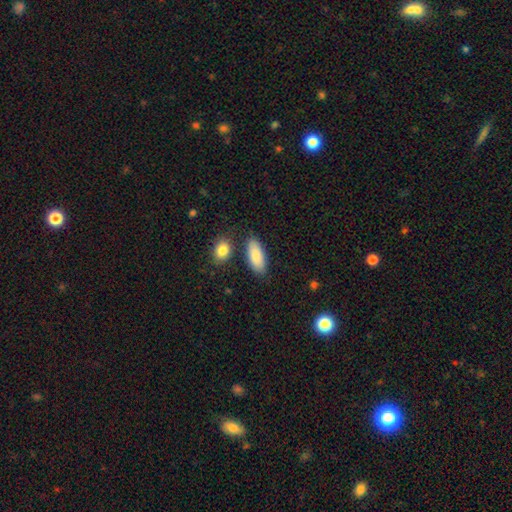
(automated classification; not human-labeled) Overall: smooth (87%). How rounded: in between (86%). Merging: none (79%).